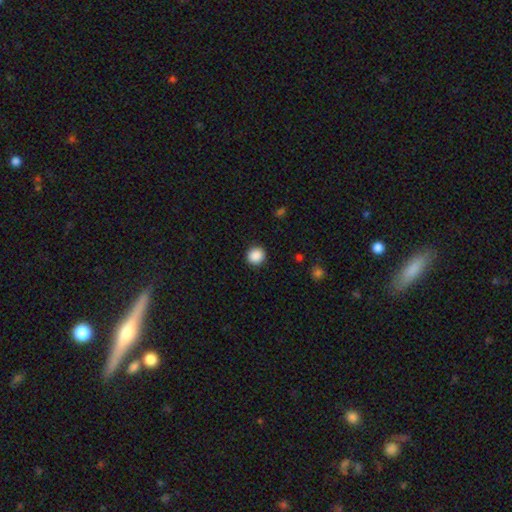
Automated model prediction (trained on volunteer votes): smooth 88%, star or artifact 9%, featured or disk 3%. Down the decision tree: how rounded — round (92%); merging — none (91%).